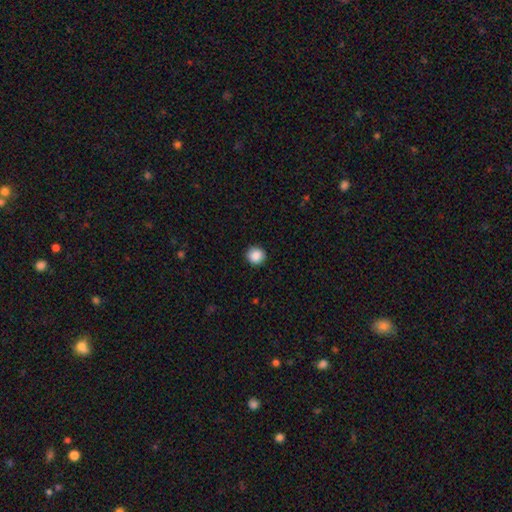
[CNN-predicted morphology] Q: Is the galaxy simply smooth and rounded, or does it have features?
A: smooth — 88%.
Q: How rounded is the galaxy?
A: round — 91%.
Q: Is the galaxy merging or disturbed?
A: none — 91%.